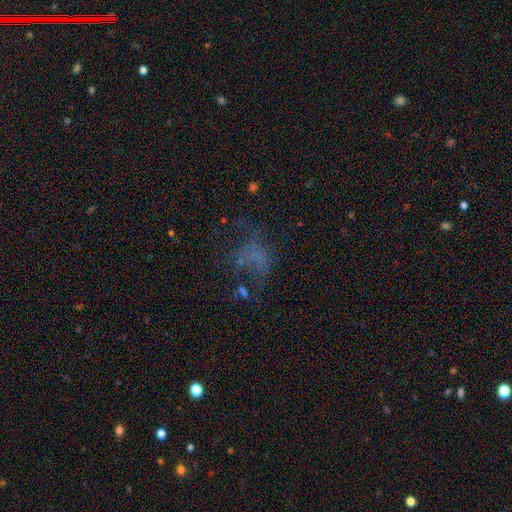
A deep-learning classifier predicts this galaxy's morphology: smooth_or_featured: featured or disk (p=0.37) [alt: smooth p=0.32]
merging: major disturbance (p=0.39) [alt: none p=0.38]